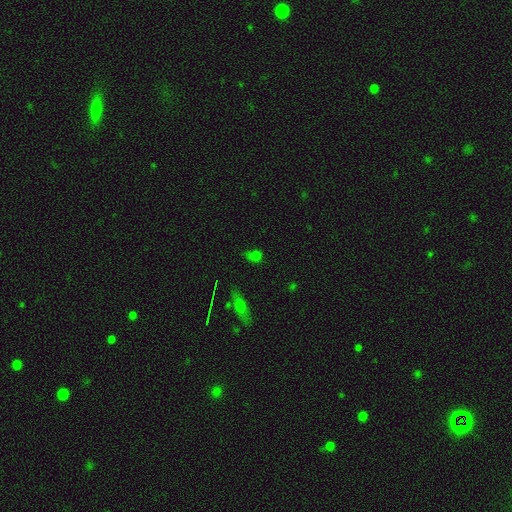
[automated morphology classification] smooth 58%, star or artifact 33%, featured or disk 10%. Down the decision tree: how rounded — round (49%); merging — none (61%).